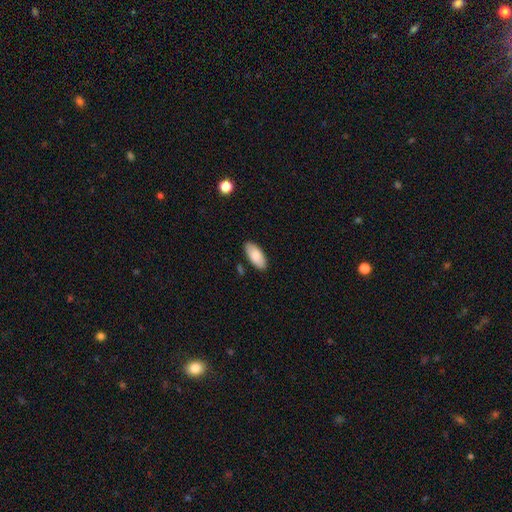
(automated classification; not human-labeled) A smooth galaxy with no disk features (84%) that is in between round and cigar-shaped (90%). Merging: none (86%).